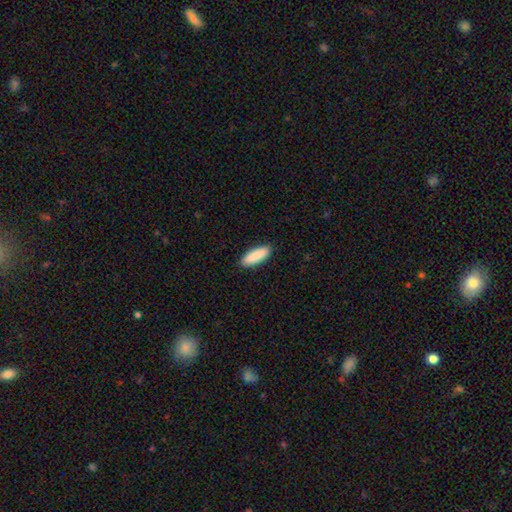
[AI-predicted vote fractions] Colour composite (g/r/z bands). It shows a smooth galaxy with no disk features (90%) that is in between round and cigar-shaped (57%). Merging: none (91%).